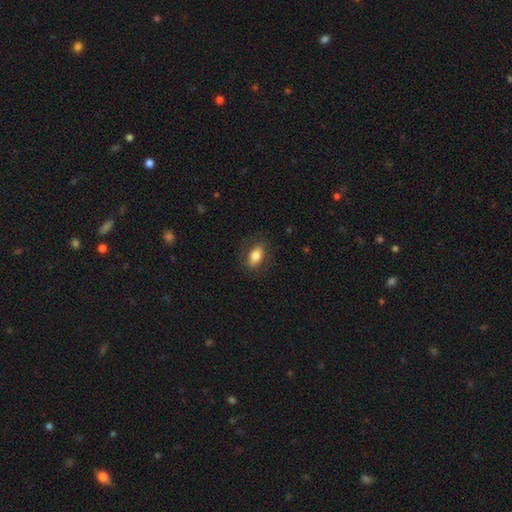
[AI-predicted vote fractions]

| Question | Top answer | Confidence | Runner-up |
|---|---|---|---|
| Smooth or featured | smooth | 76% | featured or disk (16%) |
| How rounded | in between | 86% | round (10%) |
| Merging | none | 82% | minor disturbance (12%) |